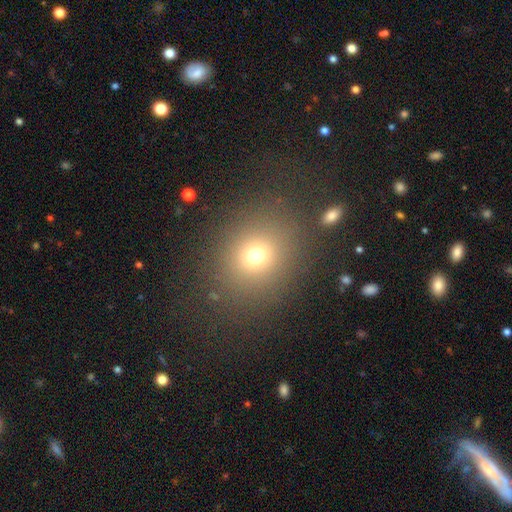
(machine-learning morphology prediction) smooth-or-featured: smooth: 71% | star or artifact: 19% | featured or disk: 10%
  how-rounded: round: 73% | in between: 26% | cigar-shaped: 1%
  merging: none: 82% | minor disturbance: 9% | major disturbance: 6% | merger: 3%